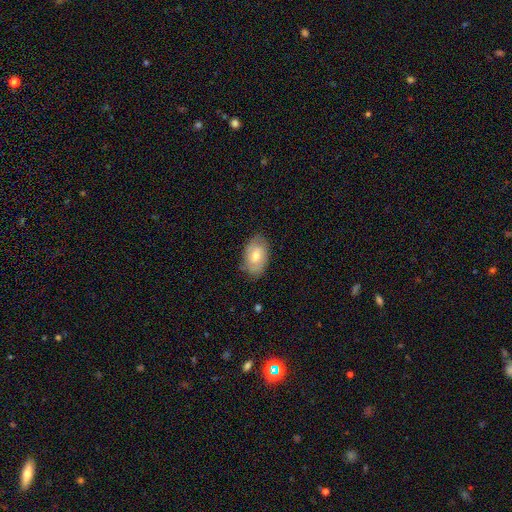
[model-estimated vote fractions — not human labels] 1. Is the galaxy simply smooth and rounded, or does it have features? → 59% smooth, 33% featured or disk, 8% star or artifact.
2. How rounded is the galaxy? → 91% in between, 8% round, 2% cigar-shaped.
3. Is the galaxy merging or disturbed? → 78% none, 17% minor disturbance, 4% major disturbance, 1% merger.